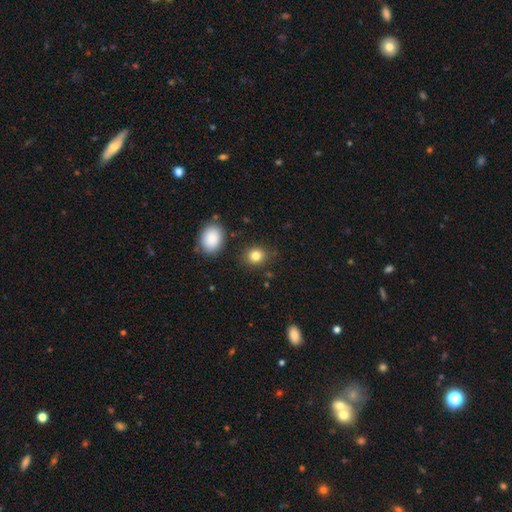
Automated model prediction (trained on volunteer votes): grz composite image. It shows a smooth galaxy with no disk features (83%) that is round (66%). Merging: none (82%).